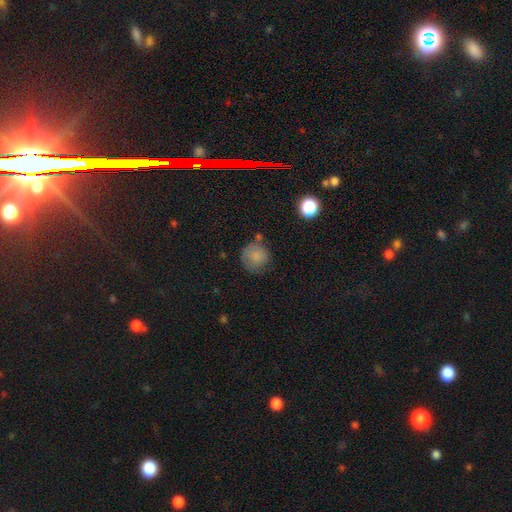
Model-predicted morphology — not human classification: Smooth or featured? smooth (82%)
How rounded? round (91%)
Merging? none (65%)